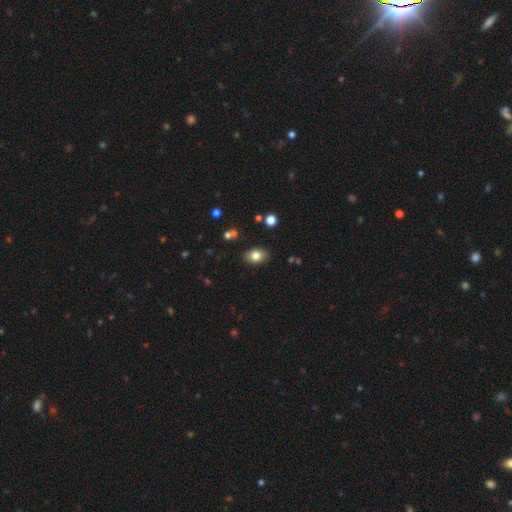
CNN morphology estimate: A smooth galaxy with no disk features (79%) that is in between round and cigar-shaped (80%).

Vote fractions:
- Smooth or featured? smooth: 79% / featured or disk: 11% / star or artifact: 9%
- How rounded? in between: 80% / round: 19% / cigar-shaped: 1%
- Merging? none: 86% / minor disturbance: 10% / major disturbance: 2% / merger: 2%